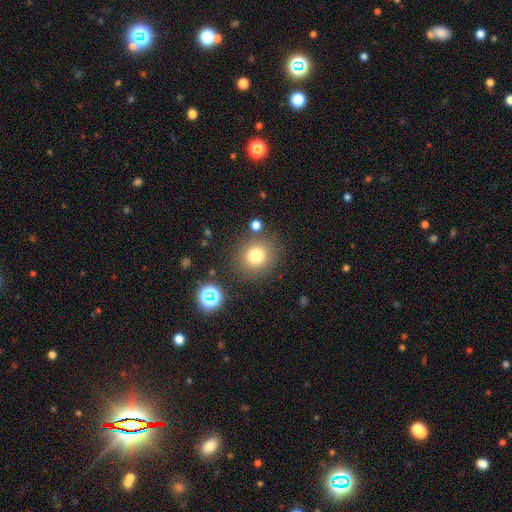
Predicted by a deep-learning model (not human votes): Morphology: type=smooth (78%); roundness=round (89%); merging=none (82%).